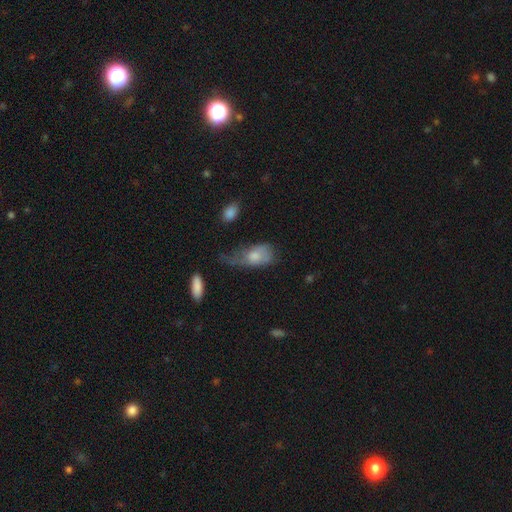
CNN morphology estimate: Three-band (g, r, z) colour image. It shows a smooth galaxy with no disk features (70%) that is in between round and cigar-shaped (87%). Merging: major disturbance (44%).